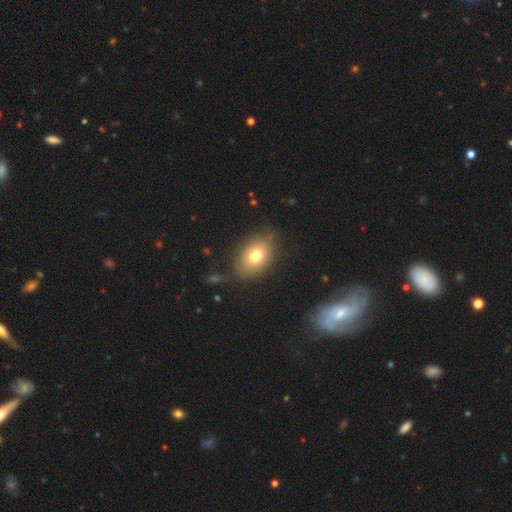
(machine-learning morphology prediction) The model was most divided on "smooth or featured": smooth: 74%, featured or disk: 16%, star or artifact: 10%. More confident: merging — none (79%); how rounded — in between (79%).